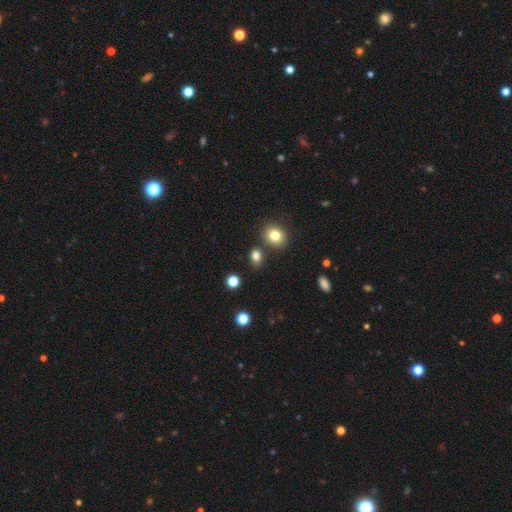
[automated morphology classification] Smooth or featured? Predicted: smooth (p=0.81). How rounded? Predicted: in between (p=0.52). Merging? Predicted: none (p=0.77).